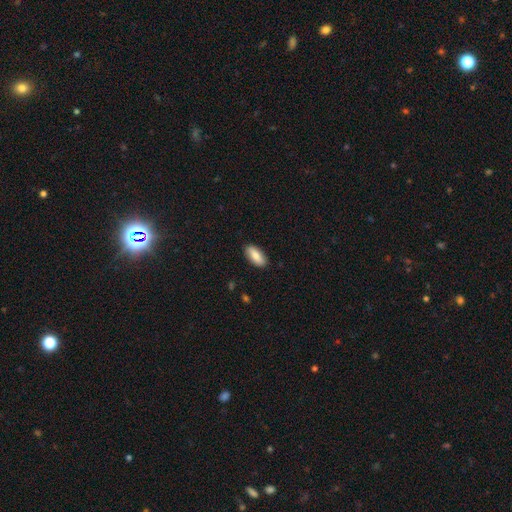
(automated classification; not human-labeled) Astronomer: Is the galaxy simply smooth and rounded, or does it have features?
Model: smooth — 80%.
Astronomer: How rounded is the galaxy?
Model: in between — 85%.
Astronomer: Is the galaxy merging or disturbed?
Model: none — 88%.